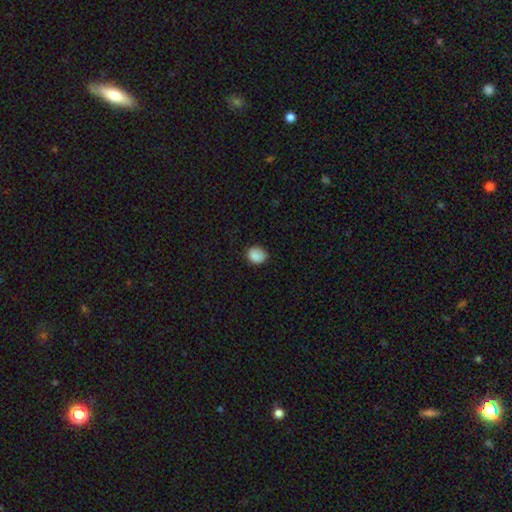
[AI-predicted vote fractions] Overall: smooth (86%). How rounded: round (68%; in between 31%). Merging: none (75%).